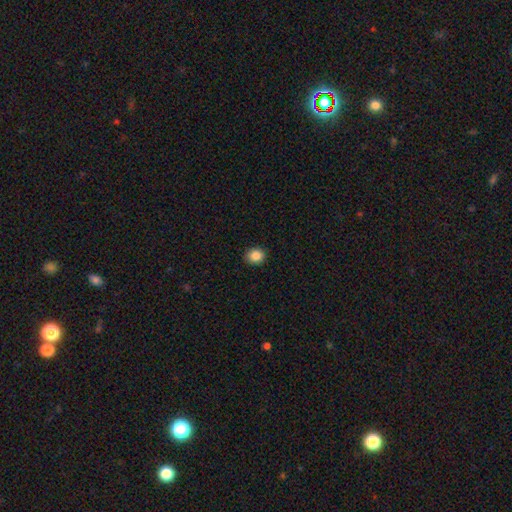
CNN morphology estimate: smooth_or_featured: smooth (p=0.86) [alt: star or artifact p=0.10]
how_rounded: round (p=0.72) [alt: in between p=0.27]
merging: none (p=0.90) [alt: minor disturbance p=0.07]